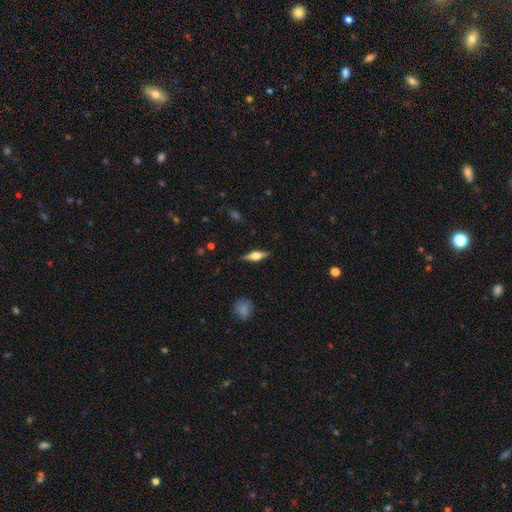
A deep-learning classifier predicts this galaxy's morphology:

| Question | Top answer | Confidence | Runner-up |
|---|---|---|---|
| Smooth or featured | featured or disk | 65% | smooth (28%) |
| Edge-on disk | yes | 96% | no (4%) |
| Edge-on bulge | rounded | 92% | boxy (7%) |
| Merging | none | 87% | minor disturbance (9%) |